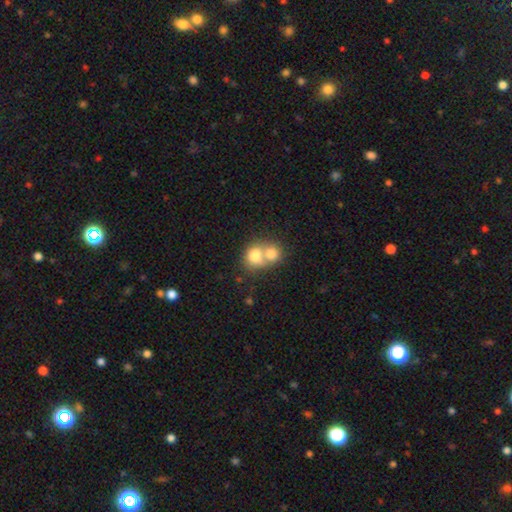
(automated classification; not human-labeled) Smooth or featured? Predicted: smooth (p=0.75). How rounded? Predicted: round (p=0.72). Merging? Predicted: merger (p=0.70).